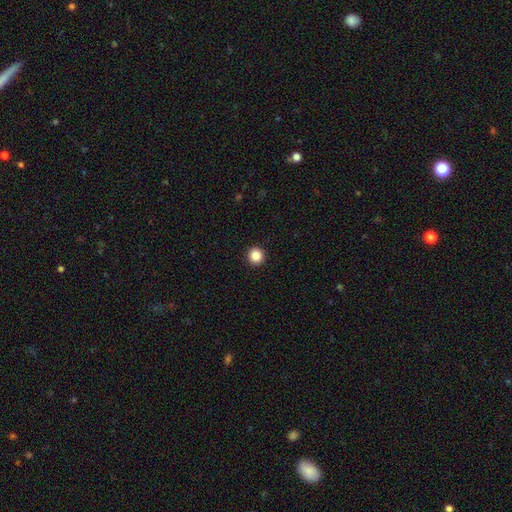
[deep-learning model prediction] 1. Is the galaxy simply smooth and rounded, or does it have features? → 87% smooth, 10% star or artifact, 3% featured or disk.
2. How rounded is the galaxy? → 95% round, 4% in between, 1% cigar-shaped.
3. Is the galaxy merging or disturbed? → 94% none, 4% minor disturbance, 1% major disturbance, 1% merger.